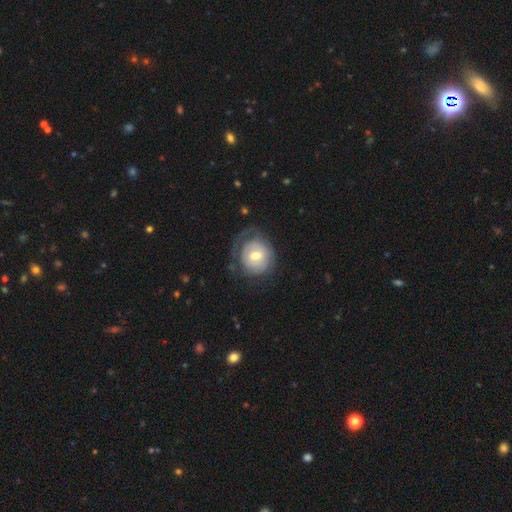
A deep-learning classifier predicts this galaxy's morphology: Smooth or featured? featured or disk (51%)
Edge-on disk? no (96%)
Merging? none (52%)